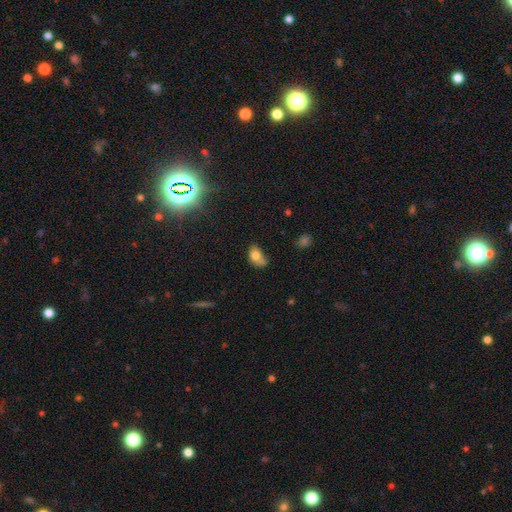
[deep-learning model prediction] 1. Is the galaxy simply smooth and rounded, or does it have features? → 75% smooth, 14% featured or disk, 12% star or artifact.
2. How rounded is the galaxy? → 69% in between, 29% round, 2% cigar-shaped.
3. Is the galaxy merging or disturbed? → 34% none, 31% merger, 24% minor disturbance, 11% major disturbance.